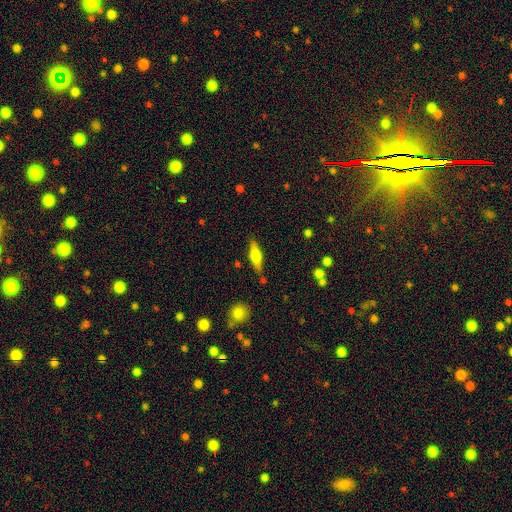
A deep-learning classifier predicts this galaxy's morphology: A smooth galaxy with no disk features (48%). Merging: none (82%).